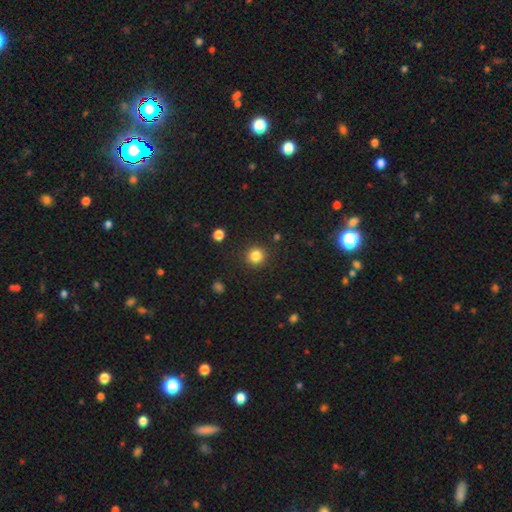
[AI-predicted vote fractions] Overall: smooth (84%). How rounded: round (94%). Merging: none (91%).